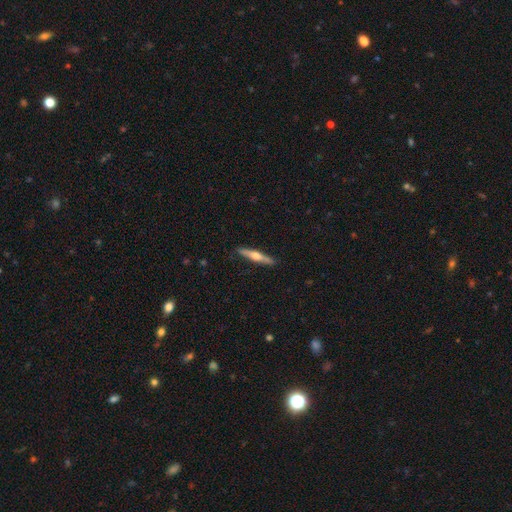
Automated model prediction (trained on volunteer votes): Smooth or featured: featured or disk — 62% (smooth — 33%)
Edge-on disk: yes — 97% (no — 3%)
Edge-on bulge: rounded — 92% (none — 5%)
Merging: none — 90% (minor disturbance — 7%)